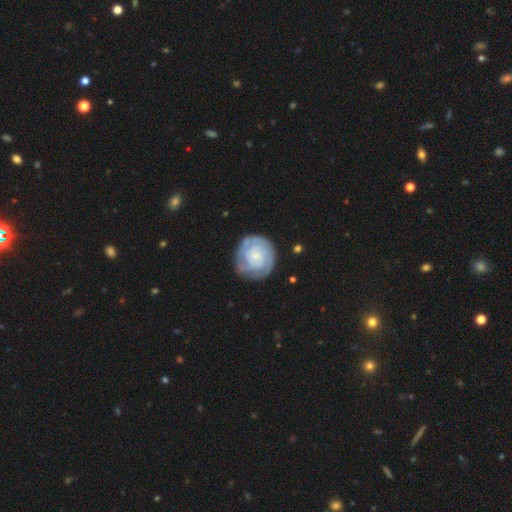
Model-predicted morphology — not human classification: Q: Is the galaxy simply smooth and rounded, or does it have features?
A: featured or disk — 75%.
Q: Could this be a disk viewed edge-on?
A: no — 98%.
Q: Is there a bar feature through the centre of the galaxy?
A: no — 75%.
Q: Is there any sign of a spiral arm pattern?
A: yes — 94%.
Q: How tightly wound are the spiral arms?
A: tight — 72%.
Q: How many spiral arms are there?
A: can't tell — 35%.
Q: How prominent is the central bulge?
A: small — 63%.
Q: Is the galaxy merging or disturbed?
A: none — 77%.